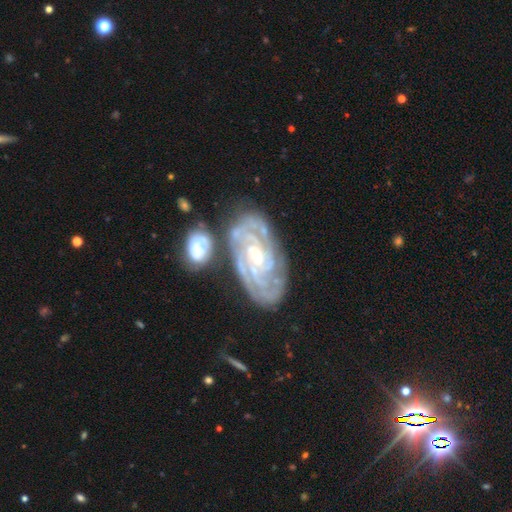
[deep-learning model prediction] smooth-or-featured: featured or disk: 90% | star or artifact: 5% | smooth: 5%
  disk-edge-on: no: 96% | yes: 4%
    bar: no: 49% | weak: 36% | strong: 15%
    has-spiral-arms: yes: 97% | no: 3%
      spiral-winding: tight: 78% | medium: 19% | loose: 3%
      spiral-arm-count: can't tell: 25% | 3: 23% | 2: 23% | 4: 16% | more than 4: 7% | 1: 6%
    bulge-size: small: 64% | moderate: 31% | none: 2% | large: 2% | dominant: 1%
  merging: none: 63% | minor disturbance: 17% | merger: 14% | major disturbance: 6%